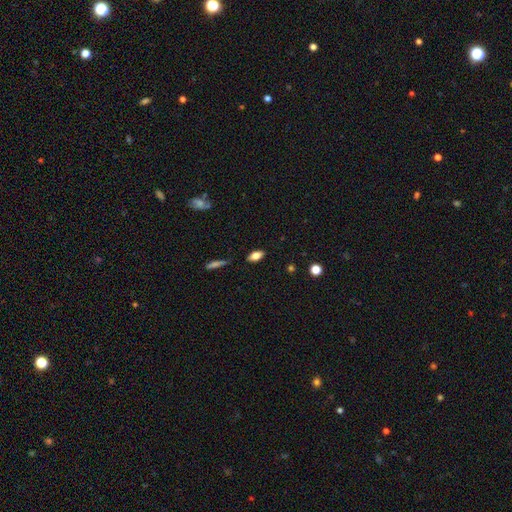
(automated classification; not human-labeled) A smooth galaxy with no disk features (78%) that is in between round and cigar-shaped (86%).

Vote fractions:
- Smooth or featured? smooth: 78% / featured or disk: 14% / star or artifact: 8%
- How rounded? in between: 86% / cigar-shaped: 11% / round: 4%
- Merging? none: 86% / minor disturbance: 11% / major disturbance: 2% / merger: 1%